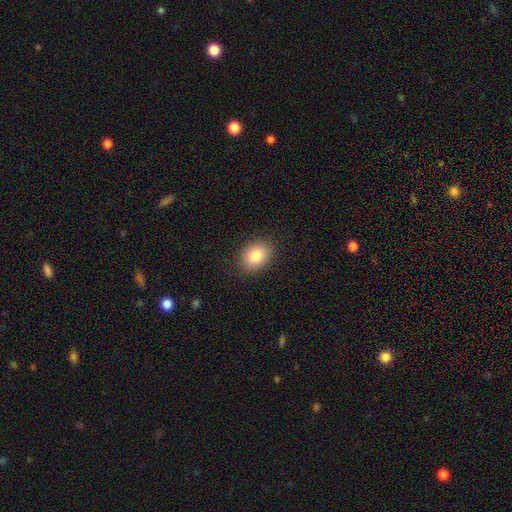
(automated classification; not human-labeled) A smooth galaxy with no disk features (84%) that is in between round and cigar-shaped (71%).

Vote fractions:
- Smooth or featured? smooth: 84% / star or artifact: 8% / featured or disk: 8%
- How rounded? in between: 71% / round: 28% / cigar-shaped: 1%
- Merging? none: 88% / minor disturbance: 9% / major disturbance: 2% / merger: 1%